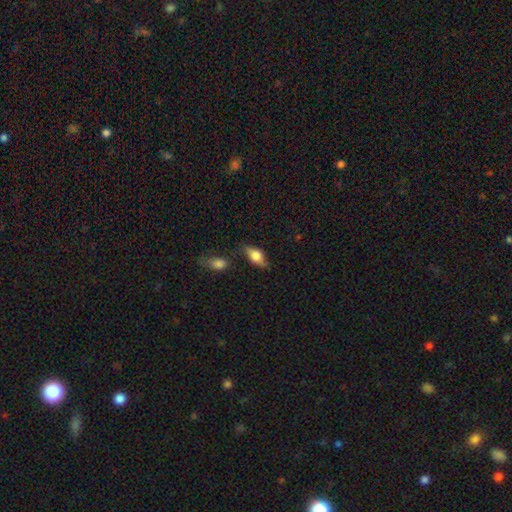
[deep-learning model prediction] Smooth or featured? smooth (59%)
How rounded? in between (78%)
Merging? none (63%)